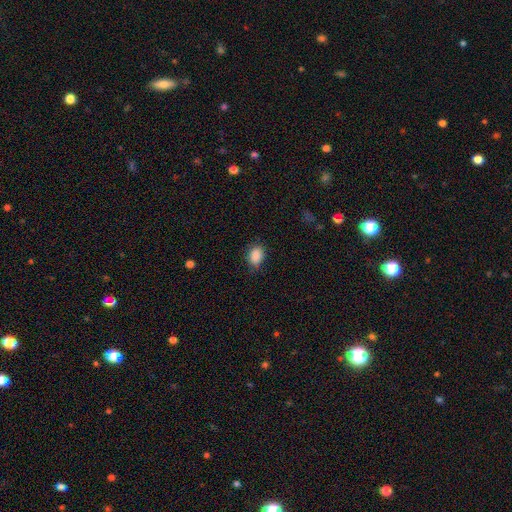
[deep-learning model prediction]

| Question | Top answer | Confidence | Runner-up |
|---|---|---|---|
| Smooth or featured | smooth | 88% | star or artifact (9%) |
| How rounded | in between | 70% | round (28%) |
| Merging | none | 78% | minor disturbance (17%) |